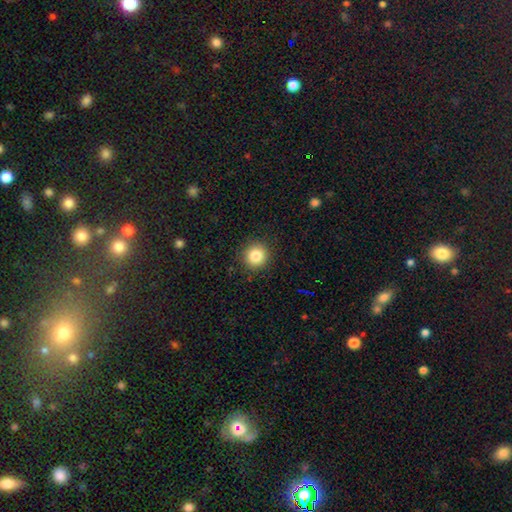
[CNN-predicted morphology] Q: Smooth or featured?
A: smooth (84%); runner-up: star or artifact (10%)
Q: How rounded?
A: round (93%); runner-up: in between (6%)
Q: Merging?
A: none (91%); runner-up: minor disturbance (6%)